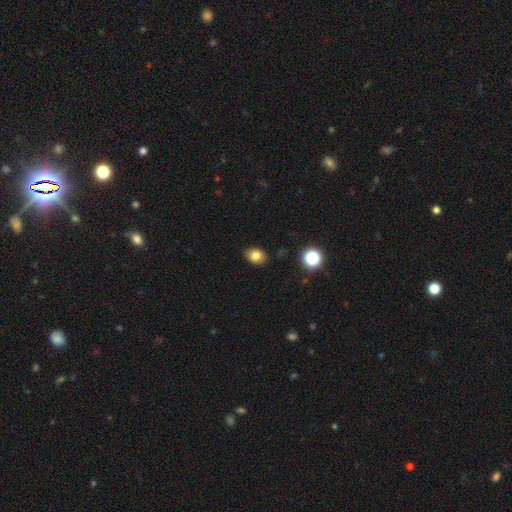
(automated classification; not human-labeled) smooth 80%, star or artifact 12%, featured or disk 8%. Down the decision tree: how rounded — in between (61%); merging — none (86%).